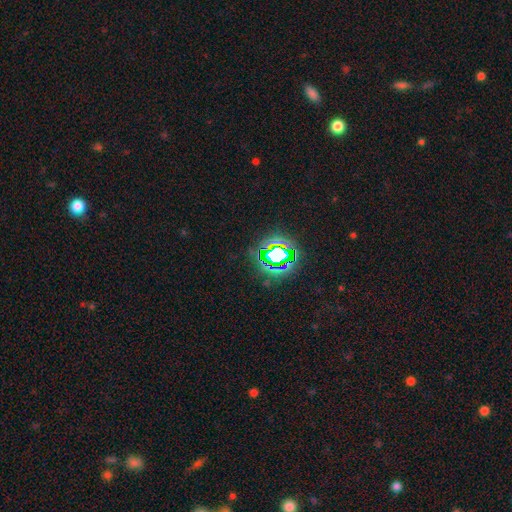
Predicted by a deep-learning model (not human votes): smooth-or-featured: star or artifact: 75% | smooth: 17% | featured or disk: 8%